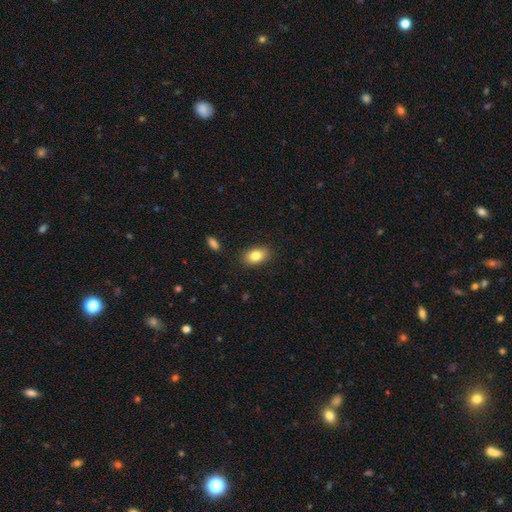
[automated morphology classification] A smooth galaxy with no disk features (83%) that is in between round and cigar-shaped (86%). Merging: none (87%).